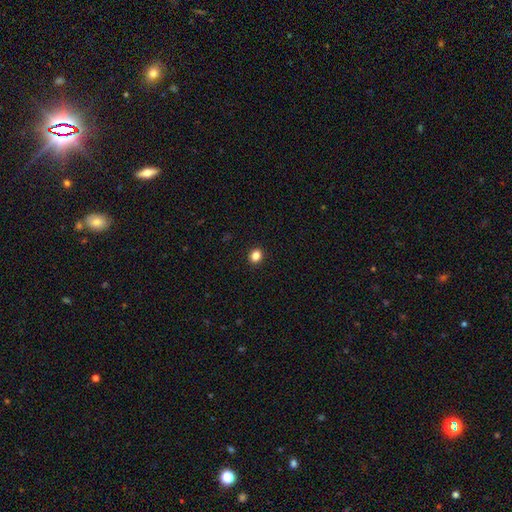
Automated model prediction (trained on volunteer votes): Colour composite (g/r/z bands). It shows a smooth galaxy with no disk features (85%) that is round (62%). Merging: none (92%).